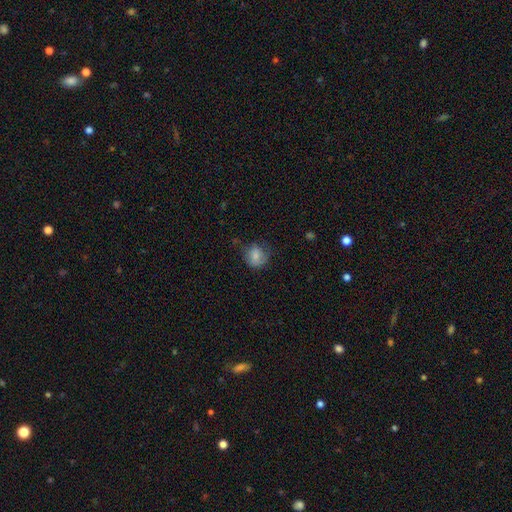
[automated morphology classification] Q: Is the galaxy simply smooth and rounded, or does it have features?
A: smooth — 68%.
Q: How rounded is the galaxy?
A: round — 72%.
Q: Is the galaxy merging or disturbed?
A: none — 55%.